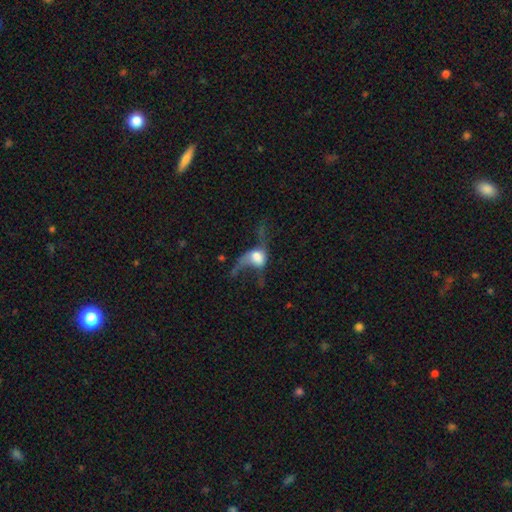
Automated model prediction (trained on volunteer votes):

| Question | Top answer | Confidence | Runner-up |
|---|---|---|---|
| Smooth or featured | featured or disk | 55% | smooth (36%) |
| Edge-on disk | no | 84% | yes (16%) |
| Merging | major disturbance | 57% | none (21%) |